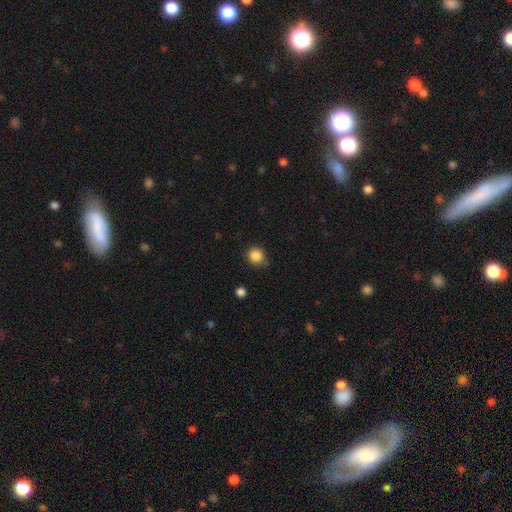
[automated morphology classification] Q: Smooth or featured?
A: smooth (86%); runner-up: star or artifact (11%)
Q: How rounded?
A: round (92%); runner-up: in between (7%)
Q: Merging?
A: none (83%); runner-up: minor disturbance (12%)